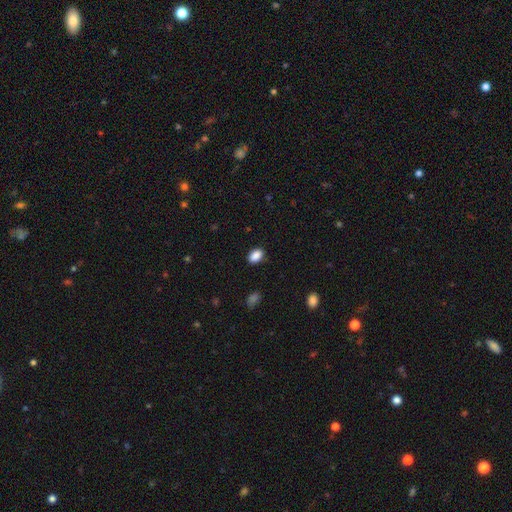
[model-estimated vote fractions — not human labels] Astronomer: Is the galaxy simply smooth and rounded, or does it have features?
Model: smooth — 88%.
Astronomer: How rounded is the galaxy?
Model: in between — 83%.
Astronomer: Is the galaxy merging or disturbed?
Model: none — 86%.